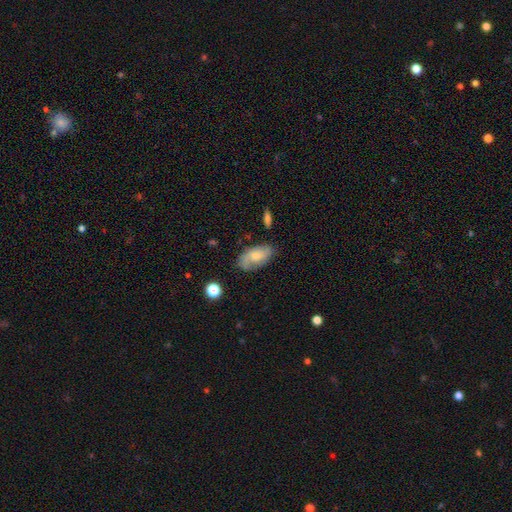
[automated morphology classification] Q: Smooth or featured?
A: smooth (48%); runner-up: featured or disk (44%)
Q: Merging?
A: none (70%); runner-up: minor disturbance (21%)